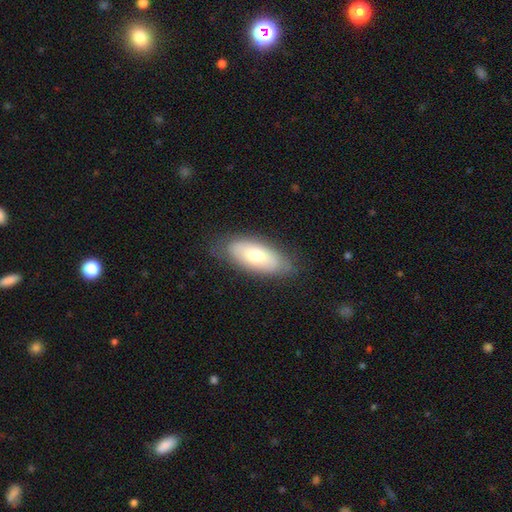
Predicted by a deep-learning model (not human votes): smooth_or_featured: smooth (p=0.64) [alt: featured or disk p=0.30]
how_rounded: in between (p=0.87) [alt: cigar-shaped p=0.11]
merging: none (p=0.80) [alt: minor disturbance p=0.15]